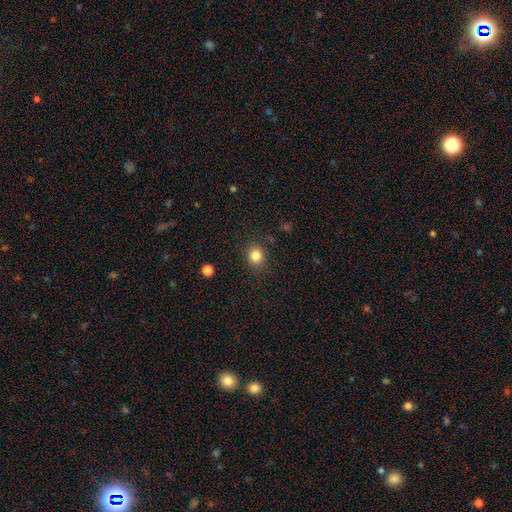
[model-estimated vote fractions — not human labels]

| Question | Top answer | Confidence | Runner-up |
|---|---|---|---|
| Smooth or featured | smooth | 83% | star or artifact (11%) |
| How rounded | round | 77% | in between (22%) |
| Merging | none | 87% | minor disturbance (9%) |